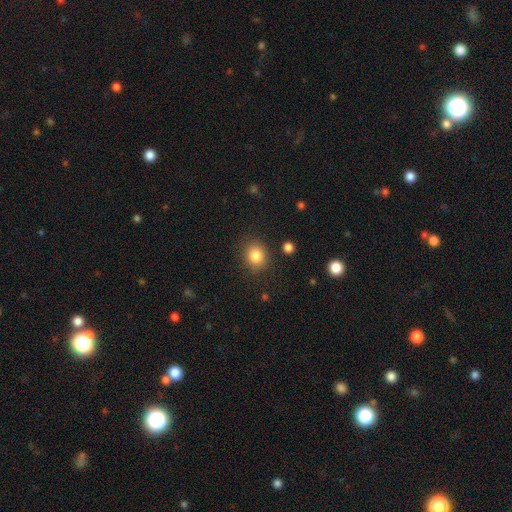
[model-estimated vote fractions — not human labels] Q: Smooth or featured?
A: smooth (84%); runner-up: star or artifact (10%)
Q: How rounded?
A: round (69%); runner-up: in between (30%)
Q: Merging?
A: none (86%); runner-up: minor disturbance (9%)